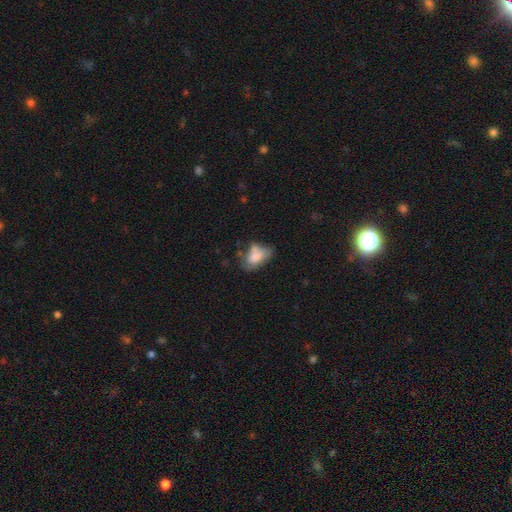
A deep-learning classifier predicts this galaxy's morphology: Smooth or featured? Predicted: smooth (p=0.71). How rounded? Predicted: in between (p=0.88). Merging? Predicted: none (p=0.35).